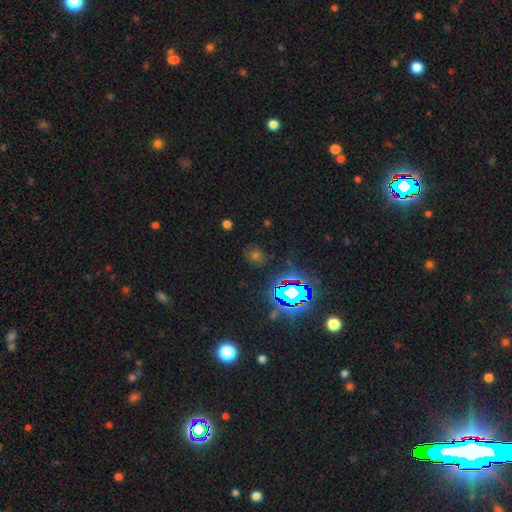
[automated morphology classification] star or artifact 55%, smooth 34%, featured or disk 11%.